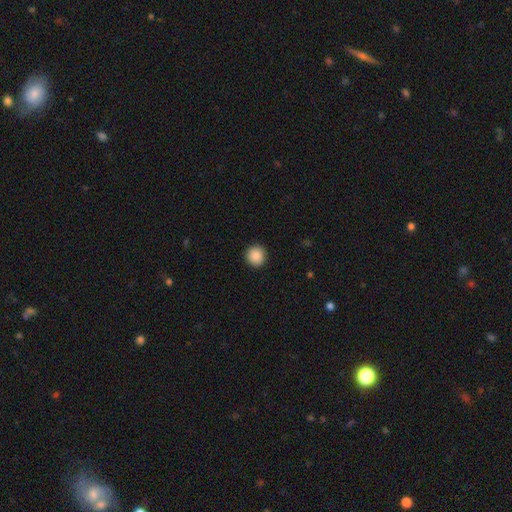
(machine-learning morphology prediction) Smooth or featured: smooth — 89% (star or artifact — 8%)
How rounded: round — 94% (in between — 5%)
Merging: none — 92% (minor disturbance — 5%)